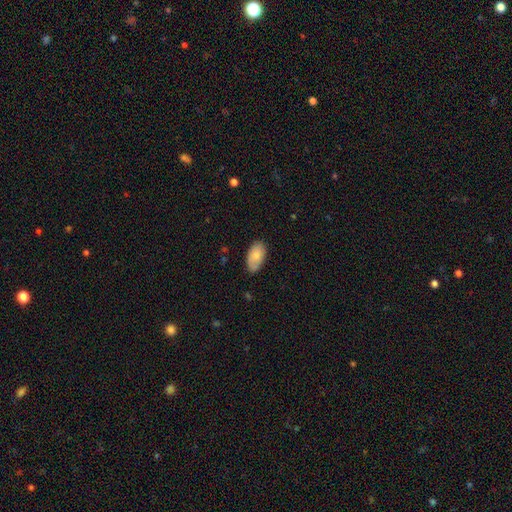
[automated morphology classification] Smooth or featured?
  - smooth: 81% *
  - featured or disk: 13%
  - star or artifact: 6%
How rounded?
  - in between: 95% *
  - round: 3%
  - cigar-shaped: 2%
Merging?
  - none: 77% *
  - minor disturbance: 18%
  - major disturbance: 3%
  - merger: 1%